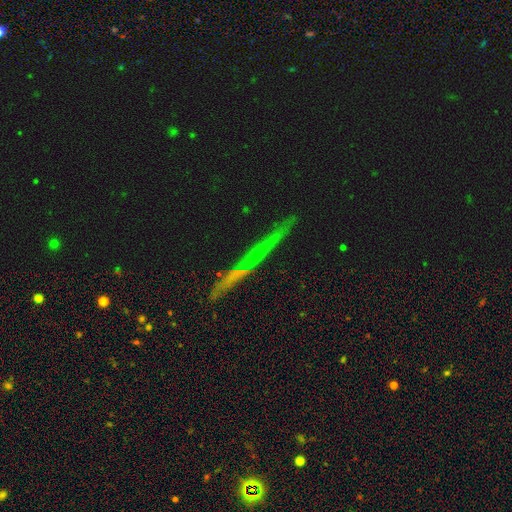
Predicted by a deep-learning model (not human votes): Overall: featured or disk (51%; smooth 29%). Edge-on disk: yes (91%). Merging: none (83%).